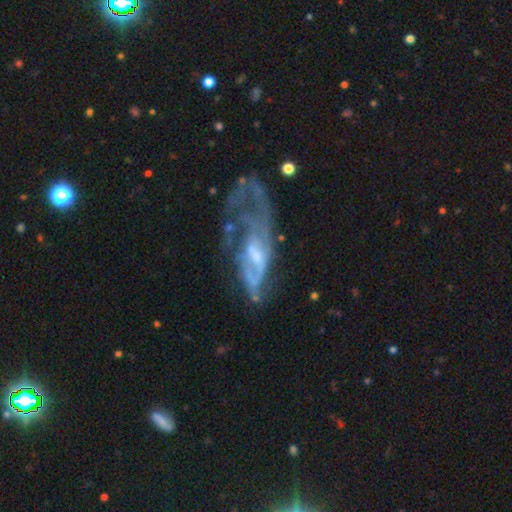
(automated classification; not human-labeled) A featured or disk galaxy (76%) with no bar (51%), spiral arms (67%) and a small central bulge (48%). Merging: major disturbance (45%).